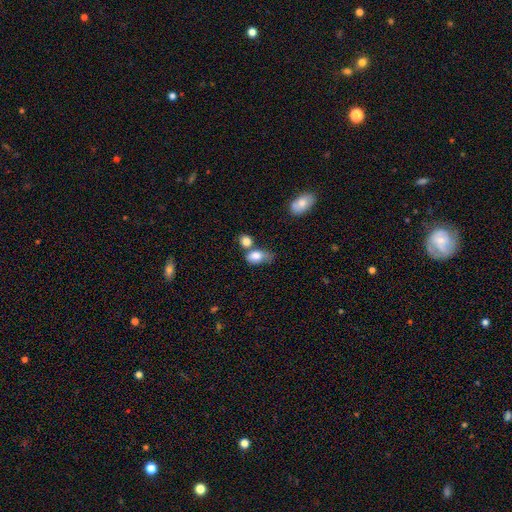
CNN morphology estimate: This is clearly a smooth galaxy (81%). How rounded: likely in between (76%). Merging: marginally merger (37%).